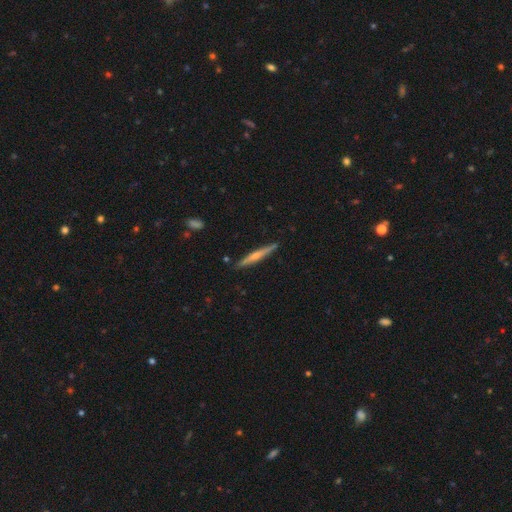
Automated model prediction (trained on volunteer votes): A featured or disk galaxy (54%) viewed edge-on (97%) with a rounded central bulge (66%).

Vote fractions:
- Smooth or featured? featured or disk: 54% / smooth: 41% / star or artifact: 6%
- Edge-on disk? yes: 97% / no: 3%
- Edge-on bulge? rounded: 66% / none: 27% / boxy: 7%
- Merging? none: 88% / minor disturbance: 9% / merger: 2% / major disturbance: 2%